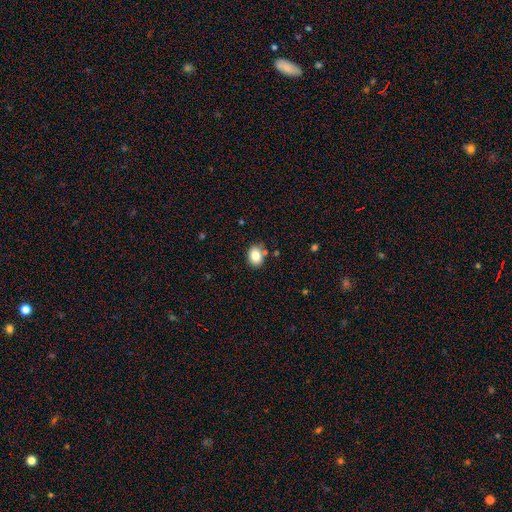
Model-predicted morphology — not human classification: Q: Smooth or featured?
A: smooth (83%); runner-up: star or artifact (9%)
Q: How rounded?
A: in between (61%); runner-up: round (38%)
Q: Merging?
A: none (76%); runner-up: minor disturbance (14%)